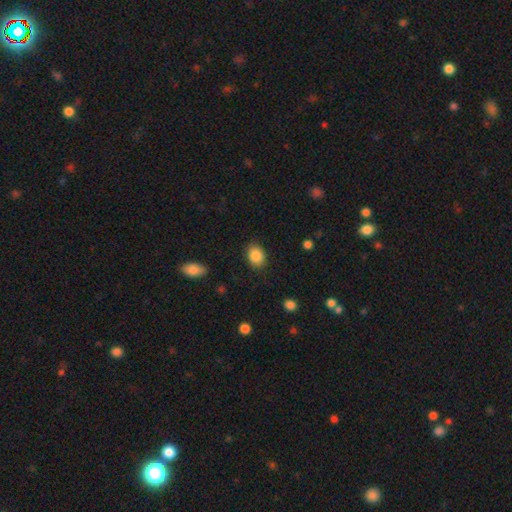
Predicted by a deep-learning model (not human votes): Smooth or featured? Predicted: smooth (p=0.87). How rounded? Predicted: in between (p=0.60). Merging? Predicted: none (p=0.84).